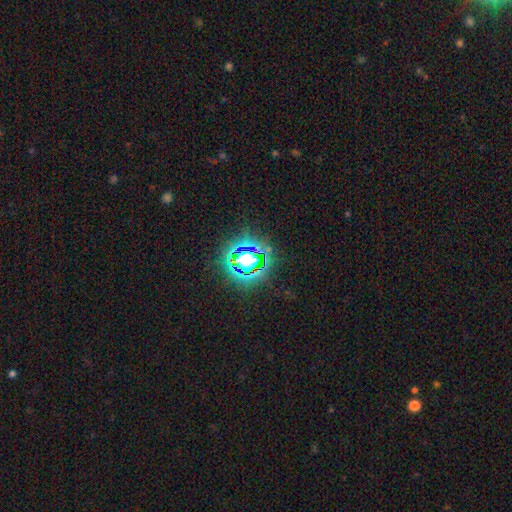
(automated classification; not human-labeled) This appears to be a star or artifact, not a galaxy (76%).